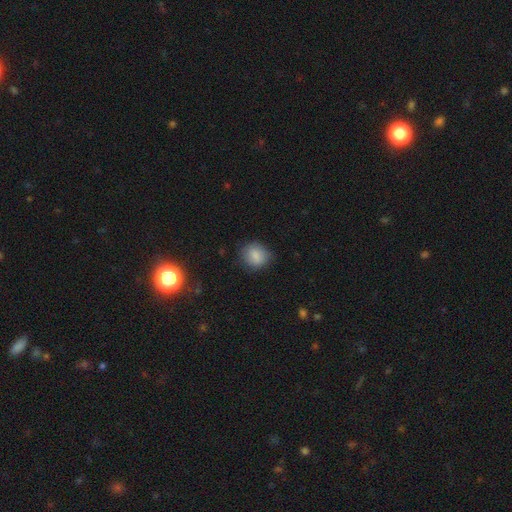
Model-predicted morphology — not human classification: This appears to be a smooth galaxy with no disk features (83%) that is round (64%). Merging: none (76%).